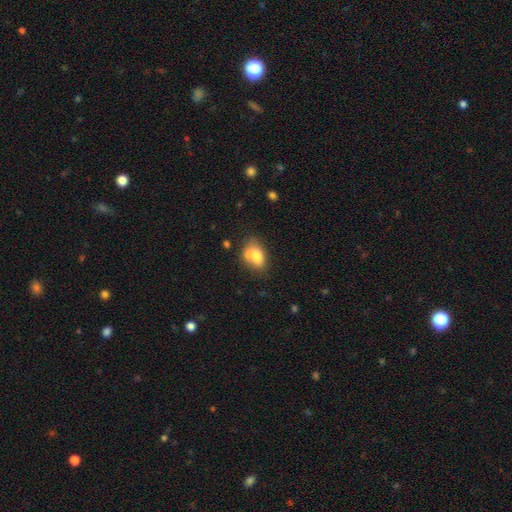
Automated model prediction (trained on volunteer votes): smooth_or_featured: smooth (p=0.75) [alt: featured or disk p=0.16]
how_rounded: in between (p=0.84) [alt: round p=0.14]
merging: none (p=0.43) [alt: minor disturbance p=0.24]